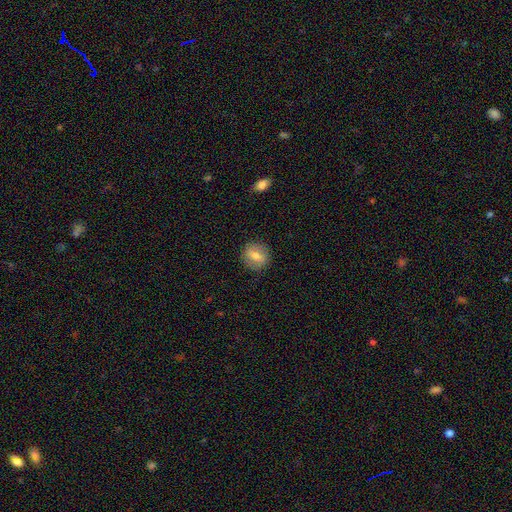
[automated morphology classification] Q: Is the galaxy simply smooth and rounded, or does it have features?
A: smooth — 67%.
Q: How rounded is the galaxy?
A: round — 82%.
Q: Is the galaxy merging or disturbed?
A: none — 89%.